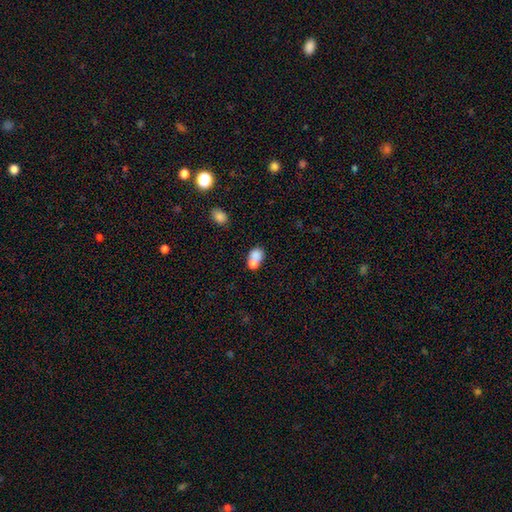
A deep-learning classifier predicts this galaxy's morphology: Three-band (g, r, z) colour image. It shows a smooth galaxy with no disk features (73%) that is in between round and cigar-shaped (58%). Merging: merger (59%).